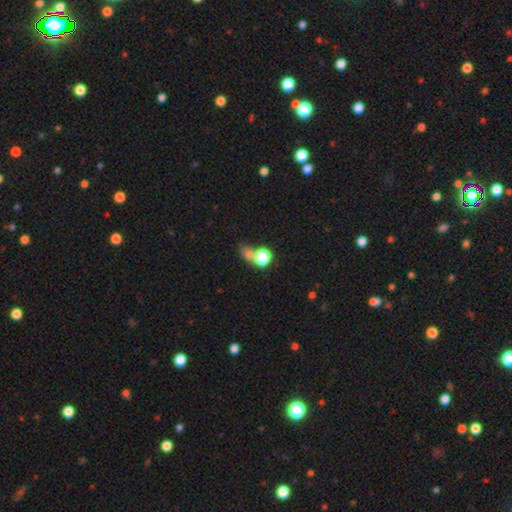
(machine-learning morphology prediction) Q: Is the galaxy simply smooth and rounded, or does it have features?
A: smooth — 55%.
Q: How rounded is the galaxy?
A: round — 67%.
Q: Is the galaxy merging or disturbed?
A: none — 54%.